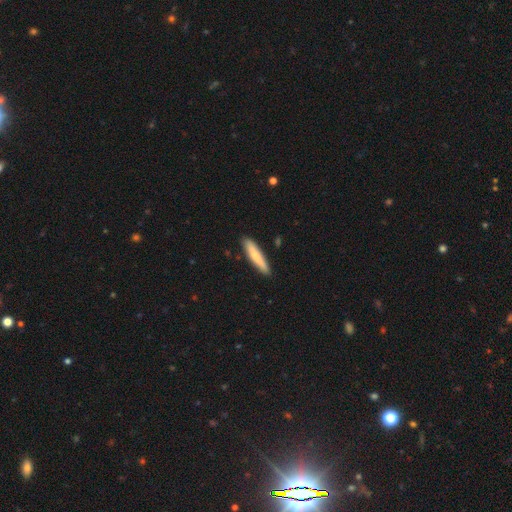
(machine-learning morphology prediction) Smooth or featured?
  - smooth: 74% *
  - featured or disk: 20%
  - star or artifact: 5%
How rounded?
  - cigar-shaped: 87% *
  - in between: 11%
  - round: 1%
Merging?
  - none: 87% *
  - minor disturbance: 10%
  - major disturbance: 2%
  - merger: 1%